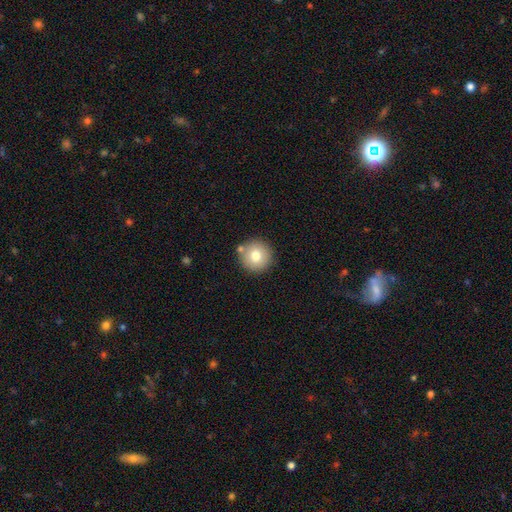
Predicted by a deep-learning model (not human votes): Overall: smooth (76%). How rounded: round (95%). Merging: none (82%).